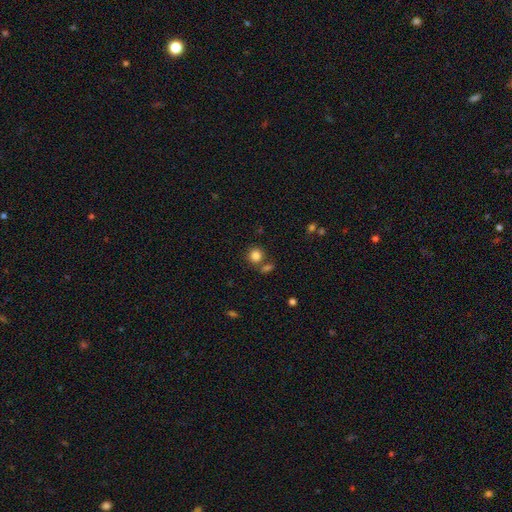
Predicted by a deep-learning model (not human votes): A smooth galaxy with no disk features (84%) that is round (86%). Merging: none (70%).